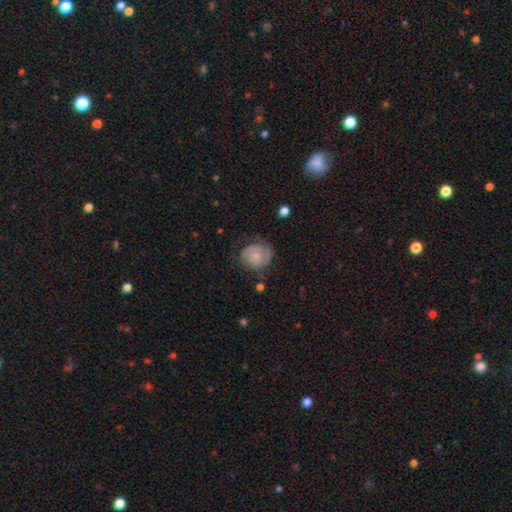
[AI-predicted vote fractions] featured or disk 58%, smooth 35%, star or artifact 7%. Down the decision tree: edge-on disk — no (98%); bar — no (74%); spiral arms — yes (86%); bulge size — small (54%); merging — none (63%).